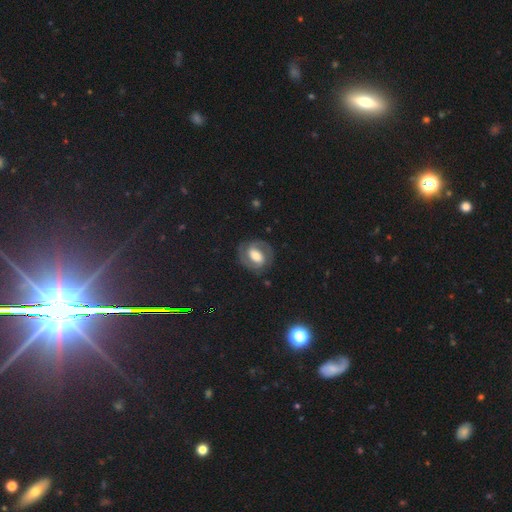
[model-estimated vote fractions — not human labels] smooth_or_featured: featured or disk (p=0.72) [alt: smooth p=0.21]
disk_edge_on: no (p=0.97) [alt: yes p=0.03]
bar: weak (p=0.39) [alt: strong p=0.34]
has_spiral_arms: yes (p=0.85) [alt: no p=0.15]
spiral_winding: medium (p=0.45) [alt: tight p=0.44]
spiral_arm_count: 2 (p=0.88) [alt: can't tell p=0.06]
bulge_size: moderate (p=0.44) [alt: large p=0.32]
merging: none (p=0.78) [alt: minor disturbance p=0.13]